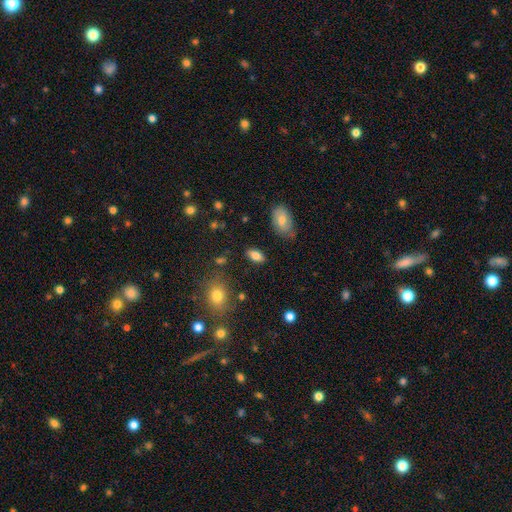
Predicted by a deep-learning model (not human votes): Smooth or featured? smooth (79%)
How rounded? in between (90%)
Merging? none (84%)